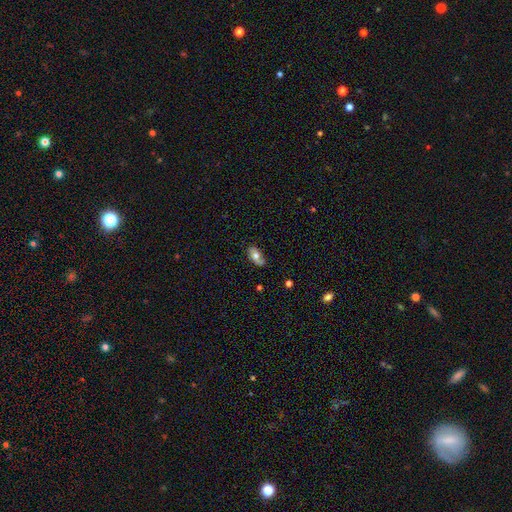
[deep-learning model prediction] smooth-or-featured: smooth: 63% | featured or disk: 30% | star or artifact: 8%
  how-rounded: in between: 91% | round: 6% | cigar-shaped: 4%
  merging: none: 67% | minor disturbance: 25% | major disturbance: 6% | merger: 3%